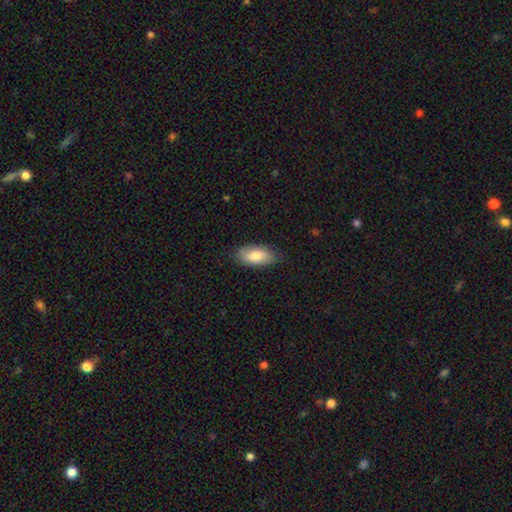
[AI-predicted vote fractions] Smooth or featured? Predicted: smooth (p=0.79). How rounded? Predicted: in between (p=0.91). Merging? Predicted: none (p=0.78).